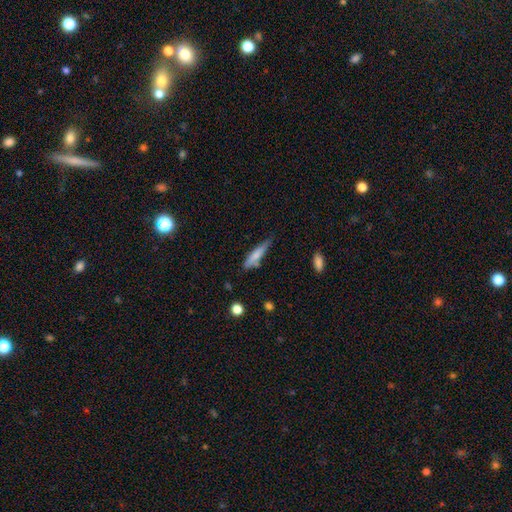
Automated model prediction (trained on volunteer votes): This is likely a smooth galaxy (71%). How rounded: clearly cigar-shaped (81%). Merging: possibly none (60%).